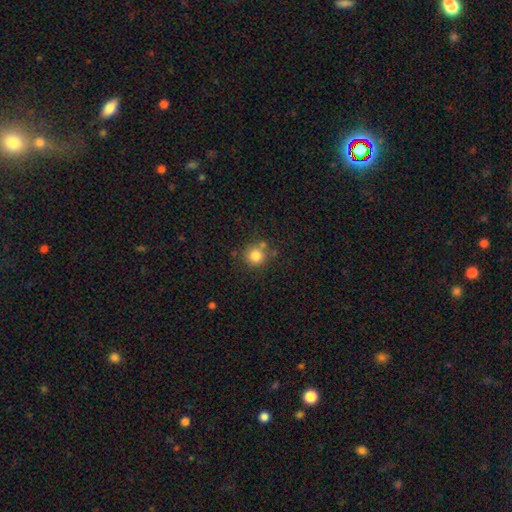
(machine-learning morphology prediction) smooth_or_featured: smooth (p=0.81) [alt: star or artifact p=0.12]
how_rounded: round (p=0.92) [alt: in between p=0.07]
merging: none (p=0.71) [alt: merger p=0.13]